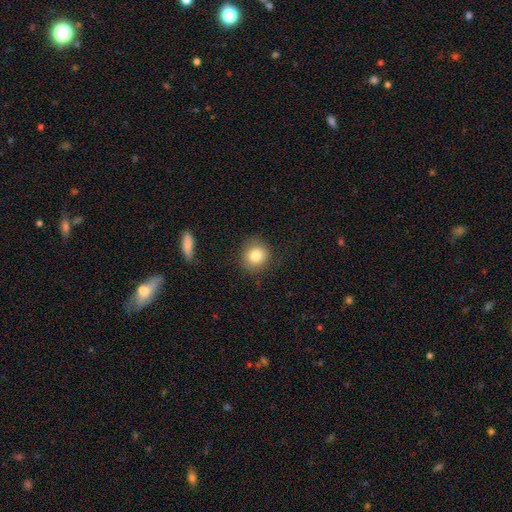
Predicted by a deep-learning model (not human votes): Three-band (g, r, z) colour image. It shows a smooth galaxy with no disk features (81%) that is round (87%). Merging: none (85%).